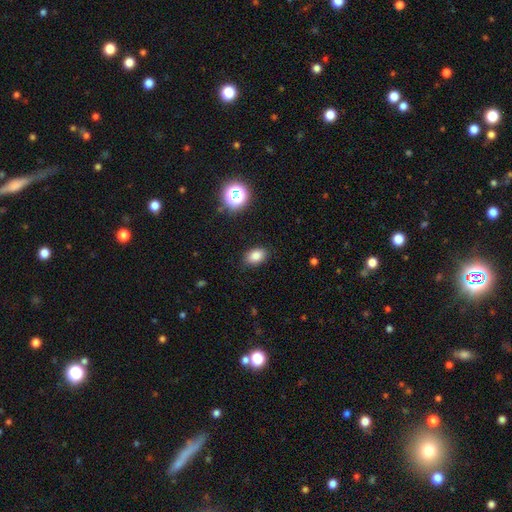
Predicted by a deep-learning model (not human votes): Smooth or featured? Predicted: smooth (p=0.83). How rounded? Predicted: in between (p=0.82). Merging? Predicted: none (p=0.86).